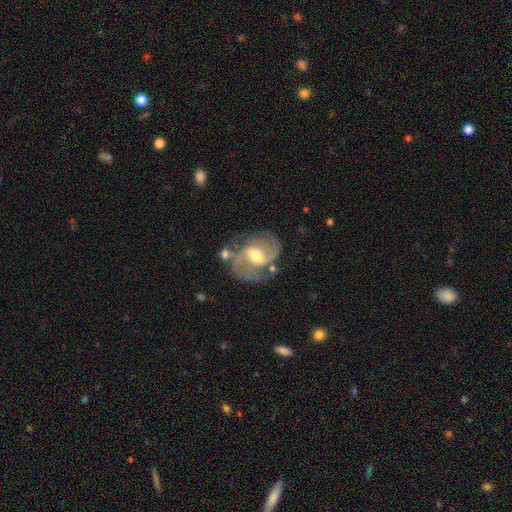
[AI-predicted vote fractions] This appears to be a featured or disk galaxy (86%) with a weak bar (52%), 2 (86%) medium (55%) spiral arms (95%) and a moderate central bulge (67%). Merging: none (65%).